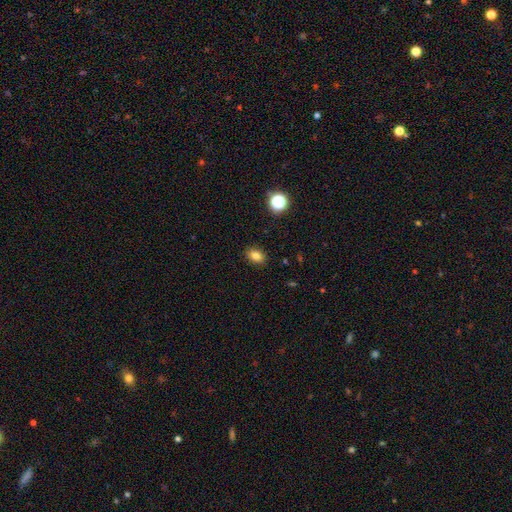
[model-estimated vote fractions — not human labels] smooth 82%, star or artifact 12%, featured or disk 6%. Down the decision tree: how rounded — in between (72%); merging — none (89%).